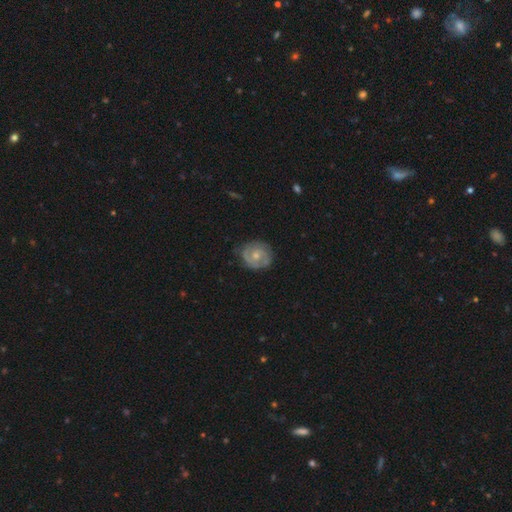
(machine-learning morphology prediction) The model was most divided on "bulge size": moderate: 52%, small: 43%, none: 2%, large: 2%, dominant: 1%. More confident: edge-on disk — no (98%); spiral arms — yes (86%); merging — none (76%); bar — no (75%); smooth or featured — featured or disk (70%); spiral winding — tight (62%); spiral arm count — 2 (55%).